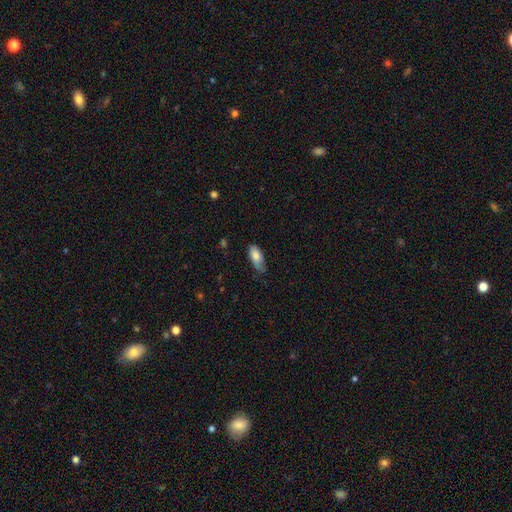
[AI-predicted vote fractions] Q: Smooth or featured?
A: smooth (79%); runner-up: featured or disk (15%)
Q: How rounded?
A: in between (86%); runner-up: cigar-shaped (12%)
Q: Merging?
A: none (53%); runner-up: minor disturbance (36%)